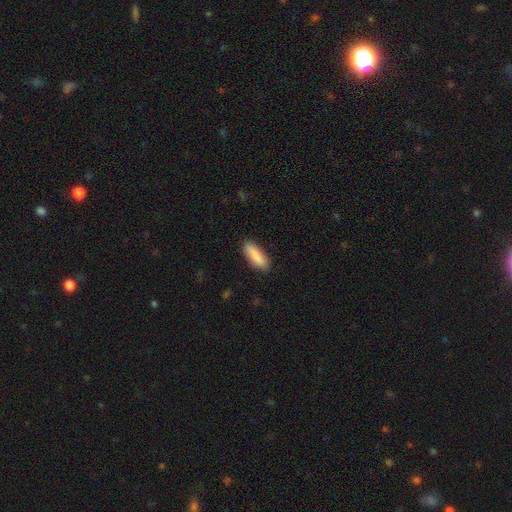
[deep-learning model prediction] Smooth or featured? smooth (87%)
How rounded? in between (57%)
Merging? none (87%)